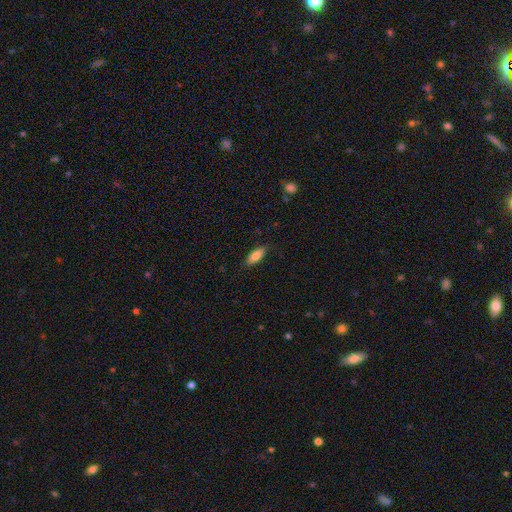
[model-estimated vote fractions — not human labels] Q: Smooth or featured?
A: smooth (81%); runner-up: featured or disk (13%)
Q: How rounded?
A: in between (73%); runner-up: cigar-shaped (25%)
Q: Merging?
A: none (84%); runner-up: minor disturbance (12%)